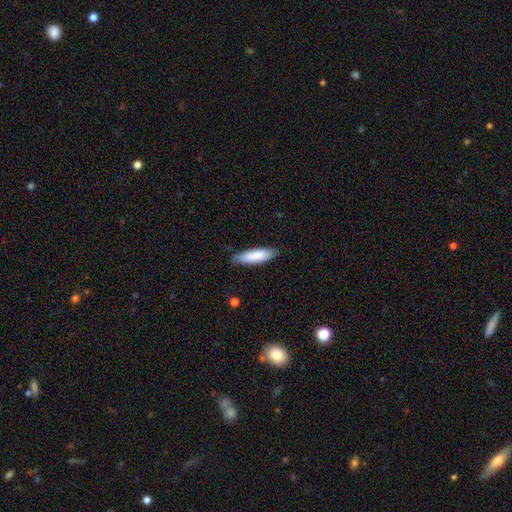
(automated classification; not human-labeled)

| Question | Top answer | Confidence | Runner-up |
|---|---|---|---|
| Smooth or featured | smooth | 86% | featured or disk (9%) |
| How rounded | cigar-shaped | 58% | in between (41%) |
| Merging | none | 83% | minor disturbance (14%) |